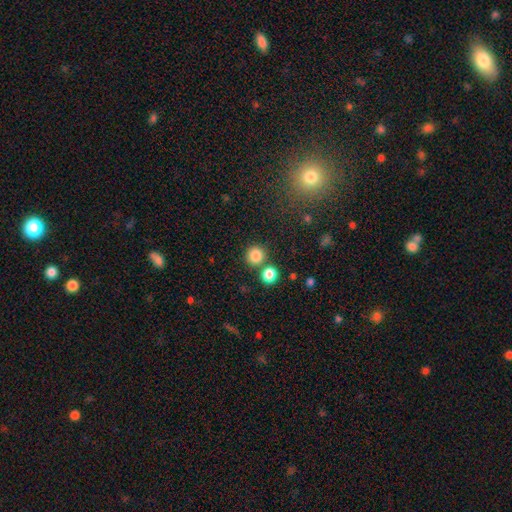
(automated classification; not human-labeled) This is clearly a smooth galaxy (84%). How rounded: clearly round (92%). Merging: likely none (78%).